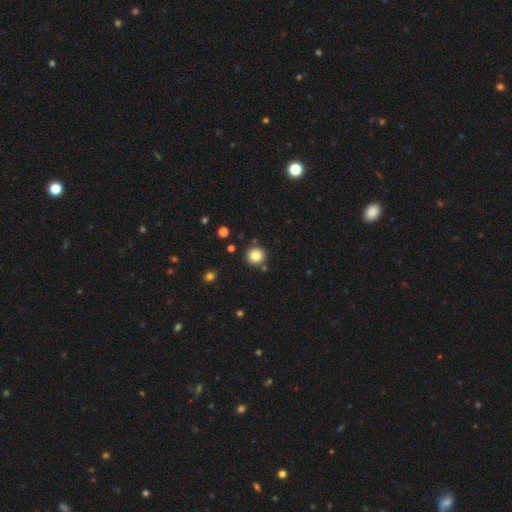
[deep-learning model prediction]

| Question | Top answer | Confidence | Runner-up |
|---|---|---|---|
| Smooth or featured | smooth | 83% | star or artifact (11%) |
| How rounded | round | 94% | in between (5%) |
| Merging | none | 85% | minor disturbance (7%) |